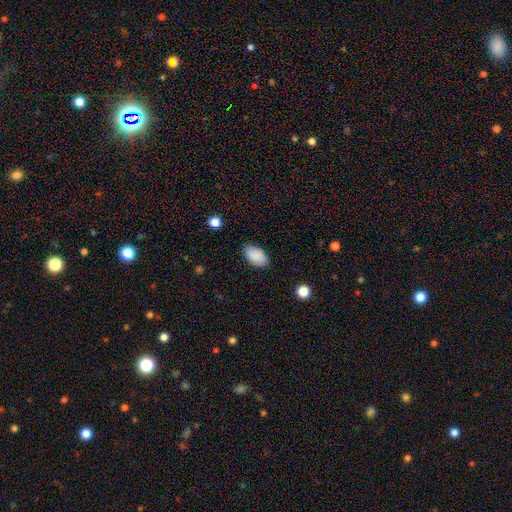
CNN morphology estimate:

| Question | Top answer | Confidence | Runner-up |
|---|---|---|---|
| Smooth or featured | smooth | 89% | star or artifact (7%) |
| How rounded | in between | 93% | round (6%) |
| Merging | none | 83% | minor disturbance (13%) |